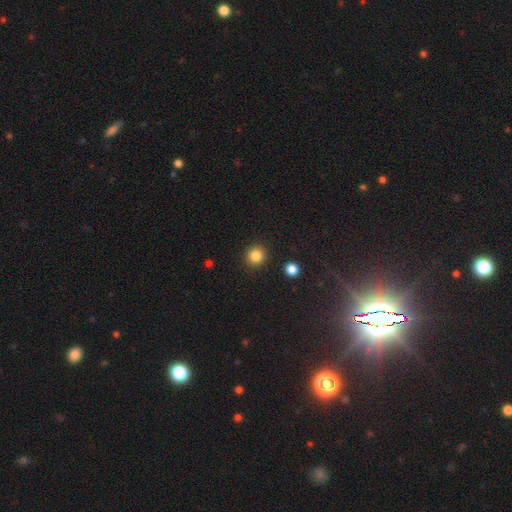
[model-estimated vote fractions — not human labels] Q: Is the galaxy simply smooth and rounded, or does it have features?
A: smooth — 84%.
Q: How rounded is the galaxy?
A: round — 91%.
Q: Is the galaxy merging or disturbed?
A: none — 91%.